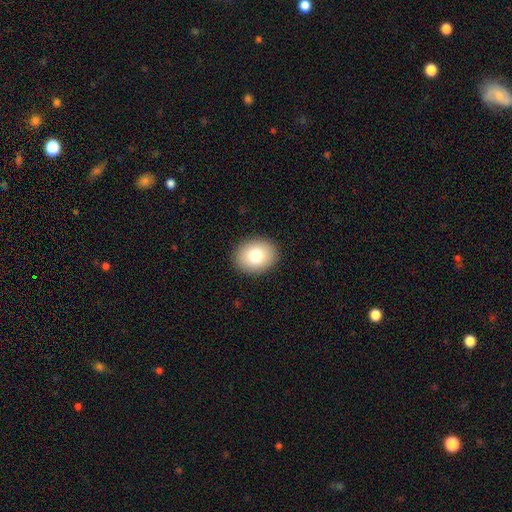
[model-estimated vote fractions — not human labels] This appears to be a smooth galaxy with no disk features (79%) that is round (51%). Merging: none (91%).